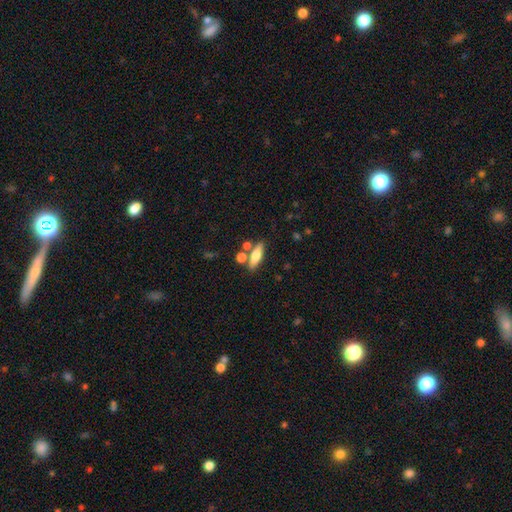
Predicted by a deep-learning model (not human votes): The model was most divided on "how rounded": cigar-shaped: 50%, in between: 46%, round: 4%. More confident: merging — none (68%); smooth or featured — smooth (63%).